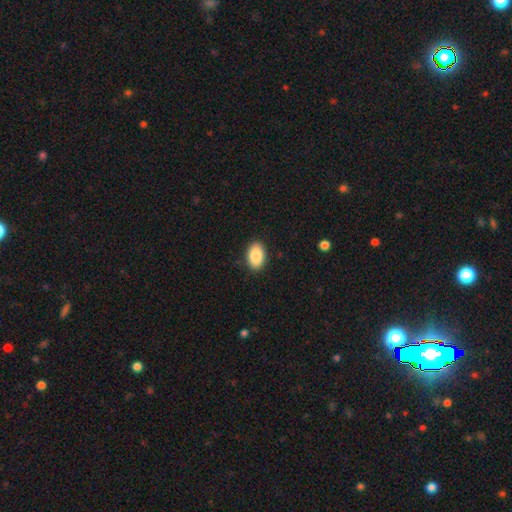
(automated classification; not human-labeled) Morphology: type=smooth (89%); roundness=in between (91%); merging=none (89%).